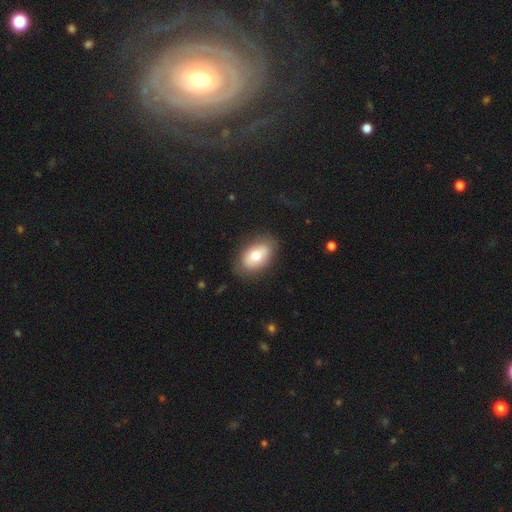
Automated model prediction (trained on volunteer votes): smooth 67%, featured or disk 25%, star or artifact 7%. Down the decision tree: how rounded — in between (88%); merging — none (80%).